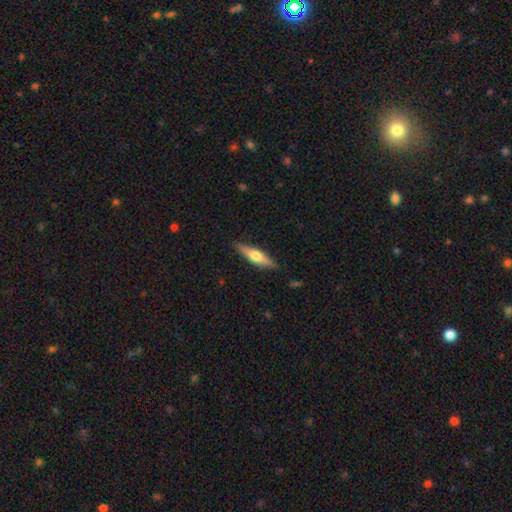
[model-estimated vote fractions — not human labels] featured or disk 52%, smooth 42%, star or artifact 5%. Down the decision tree: edge-on disk — yes (94%); merging — none (88%).